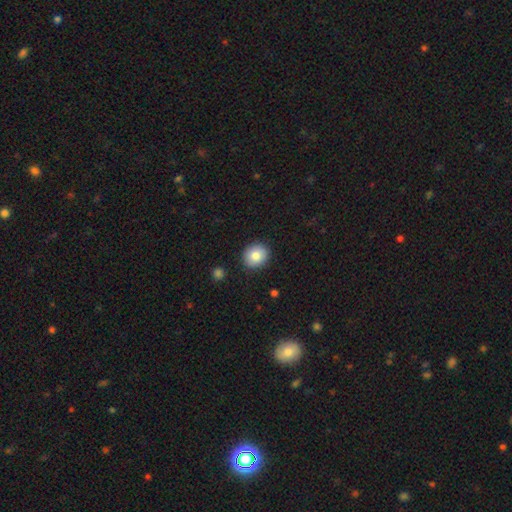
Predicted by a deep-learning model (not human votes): The model was most divided on "how rounded": round: 77%, in between: 22%, cigar-shaped: 1%. More confident: merging — none (90%); smooth or featured — smooth (83%).